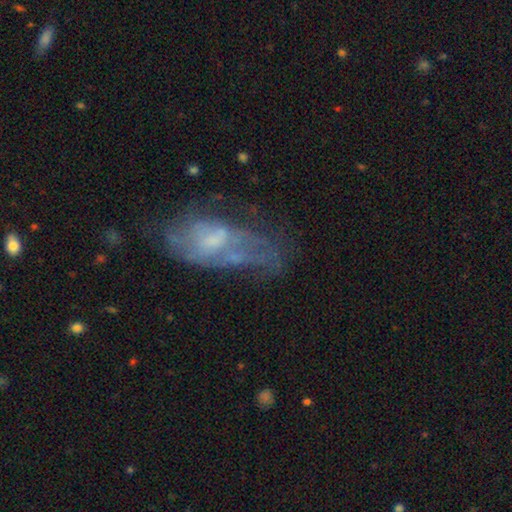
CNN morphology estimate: smooth-or-featured: featured or disk: 57% | smooth: 28% | star or artifact: 16%
  disk-edge-on: no: 86% | yes: 14%
  merging: none: 49% | minor disturbance: 24% | major disturbance: 22% | merger: 5%